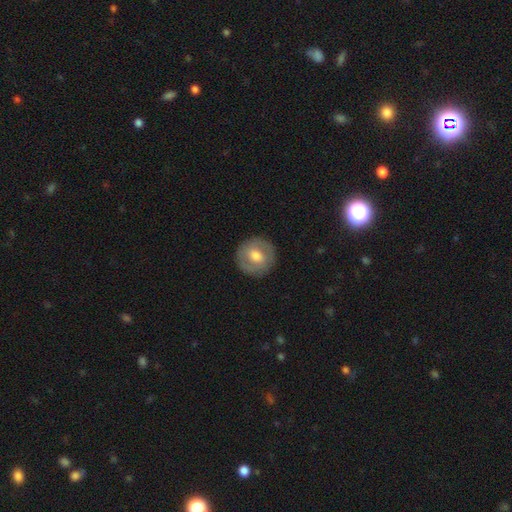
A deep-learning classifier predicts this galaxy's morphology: Smooth or featured?
  - smooth: 51% *
  - featured or disk: 43%
  - star or artifact: 6%
How rounded?
  - round: 91% *
  - in between: 8%
  - cigar-shaped: 1%
Merging?
  - none: 88% *
  - minor disturbance: 8%
  - major disturbance: 3%
  - merger: 1%